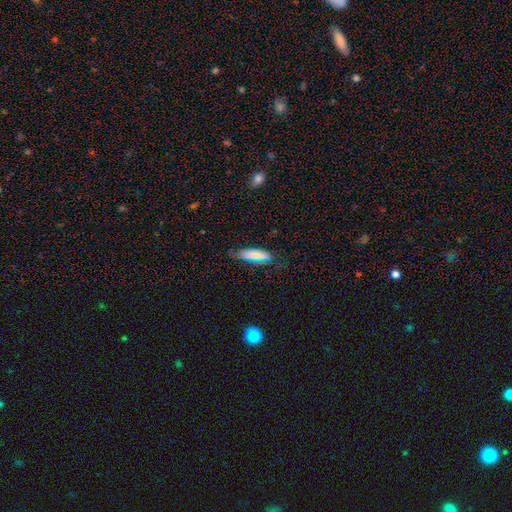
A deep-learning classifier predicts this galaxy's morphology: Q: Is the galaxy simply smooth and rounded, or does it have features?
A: smooth — 75%.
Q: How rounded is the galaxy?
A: in between — 50%.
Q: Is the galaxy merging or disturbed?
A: none — 71%.